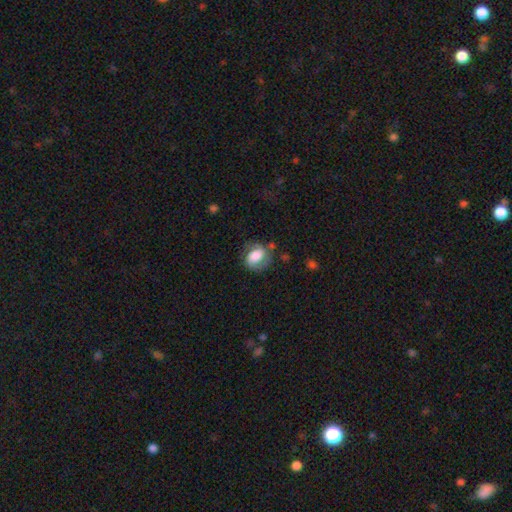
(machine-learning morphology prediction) A smooth galaxy with no disk features (51%) that is in between round and cigar-shaped (58%). Merging: none (56%).